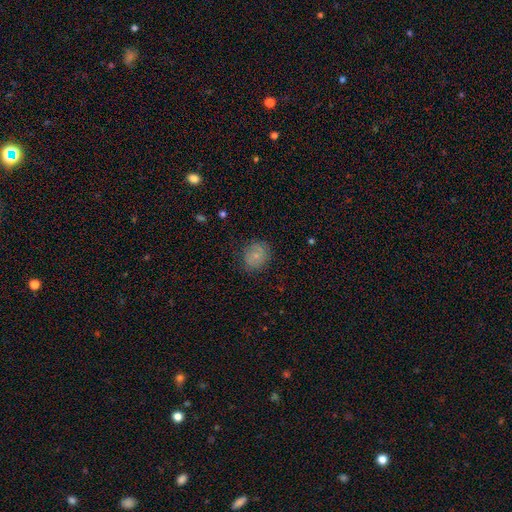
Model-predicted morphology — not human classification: Overall: smooth (66%). How rounded: round (67%; in between 32%). Merging: none (78%).